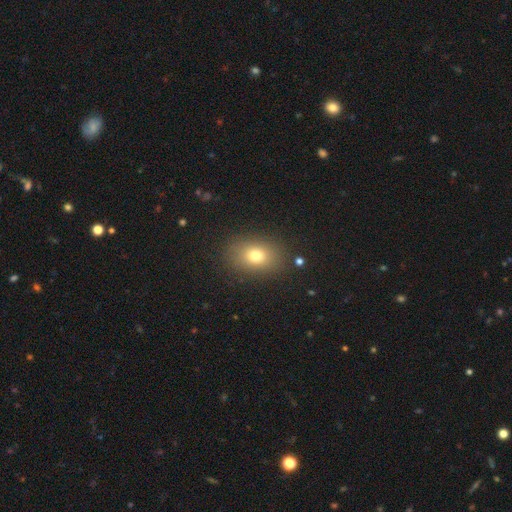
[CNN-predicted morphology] Overall: smooth (76%). How rounded: in between (67%; round 32%). Merging: none (87%).